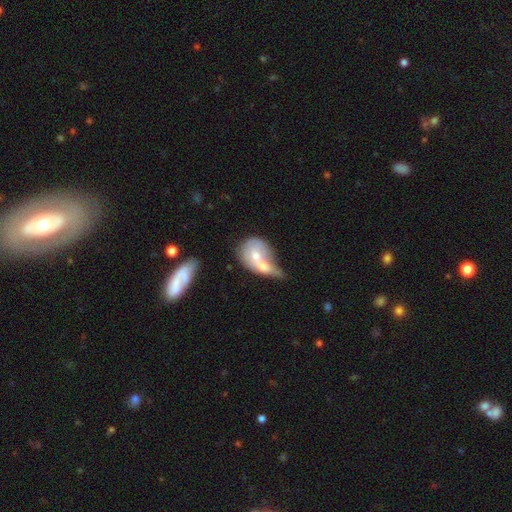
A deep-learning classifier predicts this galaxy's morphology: type=smooth (55%); roundness=in between (51%); merging=merger (69%).